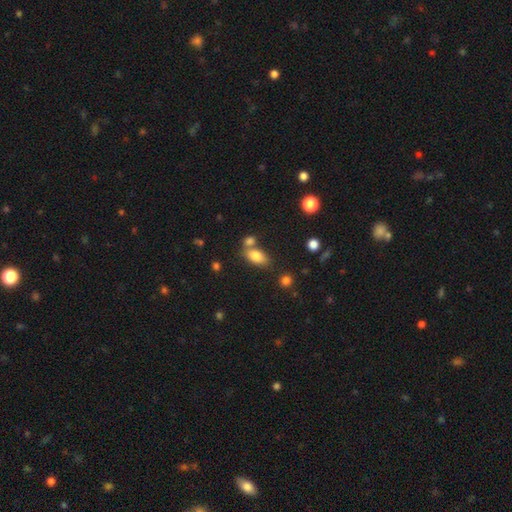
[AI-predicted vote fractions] Smooth or featured? smooth (81%)
How rounded? in between (88%)
Merging? none (55%)